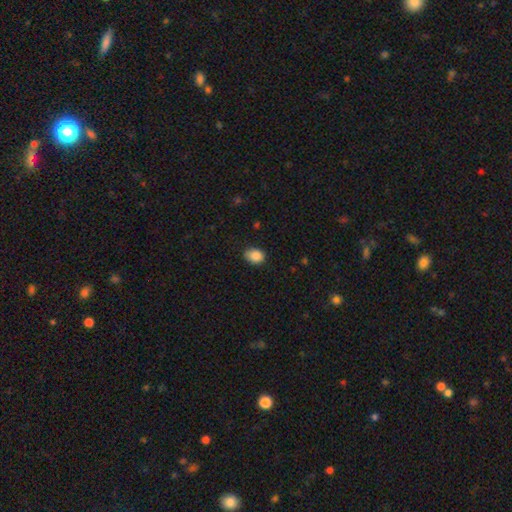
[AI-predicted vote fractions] A smooth galaxy with no disk features (87%) that is in between round and cigar-shaped (66%). Merging: none (76%).